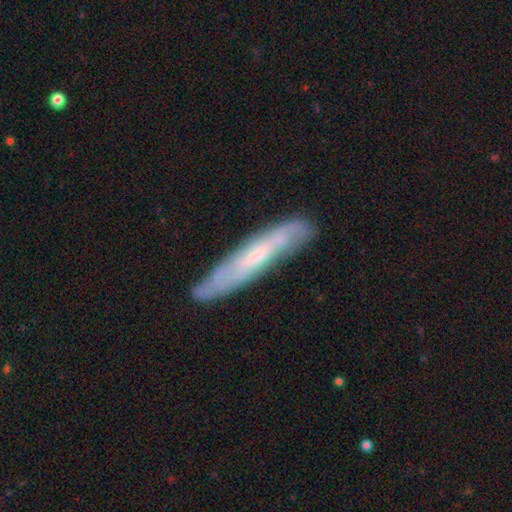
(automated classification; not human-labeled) This appears to be a featured or disk galaxy (60%) viewed edge-on (58%). Merging: none (78%).